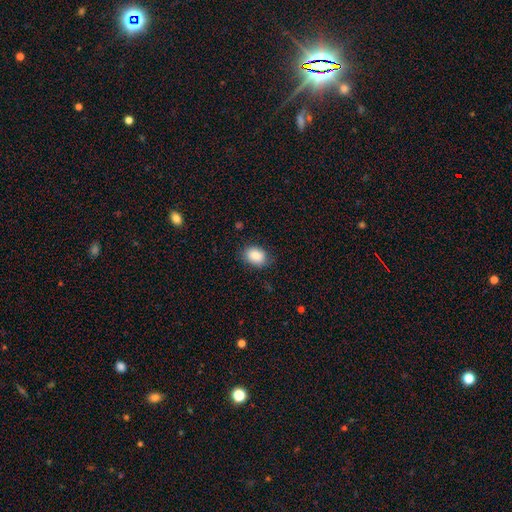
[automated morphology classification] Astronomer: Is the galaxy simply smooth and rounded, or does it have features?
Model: smooth — 87%.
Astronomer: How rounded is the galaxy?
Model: in between — 73%.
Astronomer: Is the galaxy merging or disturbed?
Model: none — 81%.